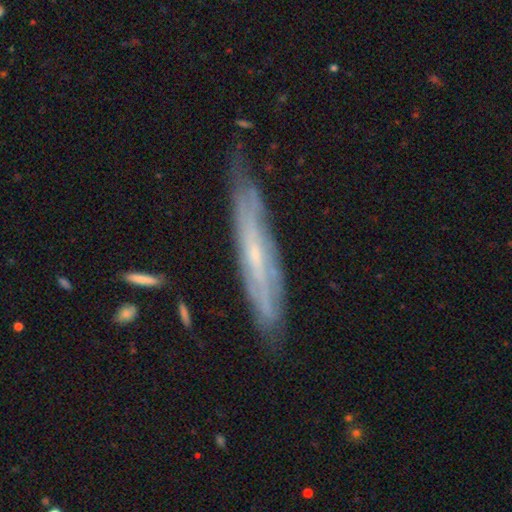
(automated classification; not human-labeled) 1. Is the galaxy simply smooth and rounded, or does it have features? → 70% featured or disk, 22% smooth, 7% star or artifact.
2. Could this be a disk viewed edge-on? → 63% yes, 37% no.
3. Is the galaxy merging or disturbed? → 71% none, 23% minor disturbance, 5% major disturbance, 2% merger.